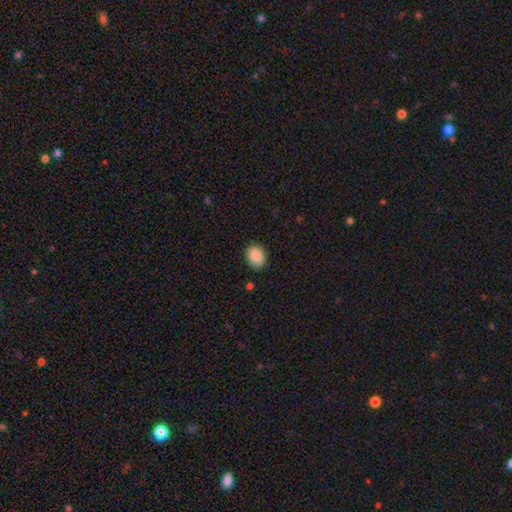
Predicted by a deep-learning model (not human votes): A smooth galaxy with no disk features (89%) that is round (50%).

Vote fractions:
- Smooth or featured? smooth: 89% / star or artifact: 7% / featured or disk: 4%
- How rounded? round: 50% / in between: 49% / cigar-shaped: 1%
- Merging? none: 82% / minor disturbance: 14% / major disturbance: 3% / merger: 1%